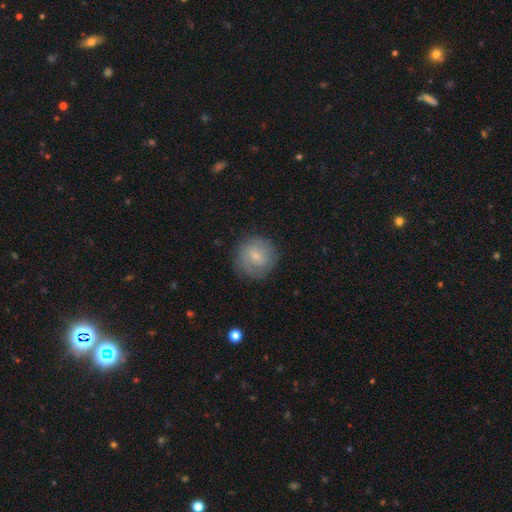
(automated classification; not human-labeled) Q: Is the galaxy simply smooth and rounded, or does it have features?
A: smooth — 64%.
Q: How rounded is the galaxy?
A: round — 91%.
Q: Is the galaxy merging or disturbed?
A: none — 79%.